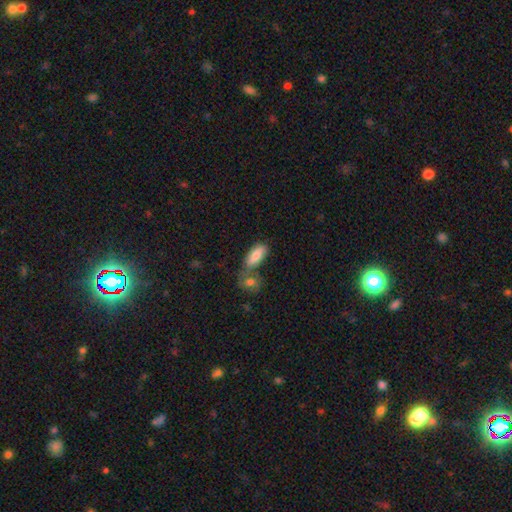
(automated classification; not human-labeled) A smooth galaxy with no disk features (79%) that is in between round and cigar-shaped (81%). Merging: none (44%).